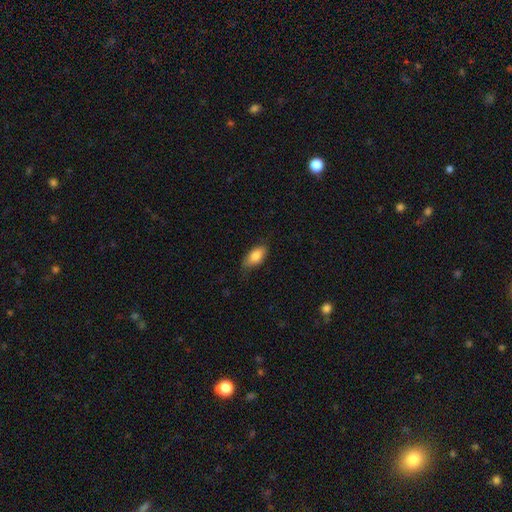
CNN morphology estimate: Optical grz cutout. It shows a smooth galaxy with no disk features (83%) that is in between round and cigar-shaped (89%). Merging: none (69%).